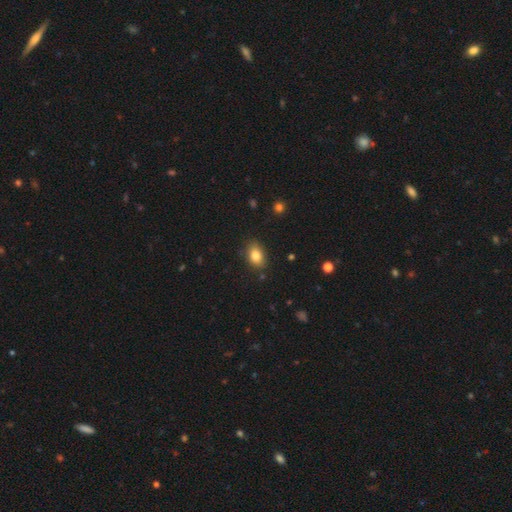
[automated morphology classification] This is clearly a smooth galaxy (82%). How rounded: clearly in between (80%). Merging: clearly none (84%).